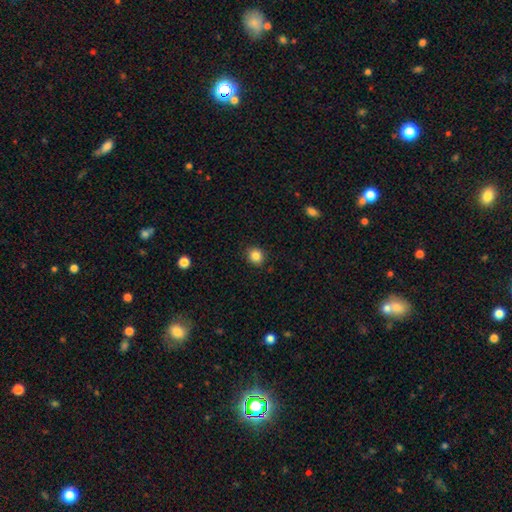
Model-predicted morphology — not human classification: Overall: smooth (85%). How rounded: round (83%). Merging: none (90%).